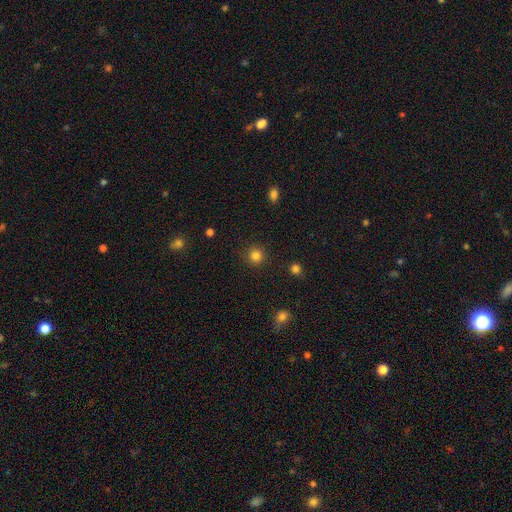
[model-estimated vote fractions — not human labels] smooth_or_featured: smooth (p=0.83) [alt: star or artifact p=0.13]
how_rounded: round (p=0.94) [alt: in between p=0.05]
merging: none (p=0.90) [alt: minor disturbance p=0.06]